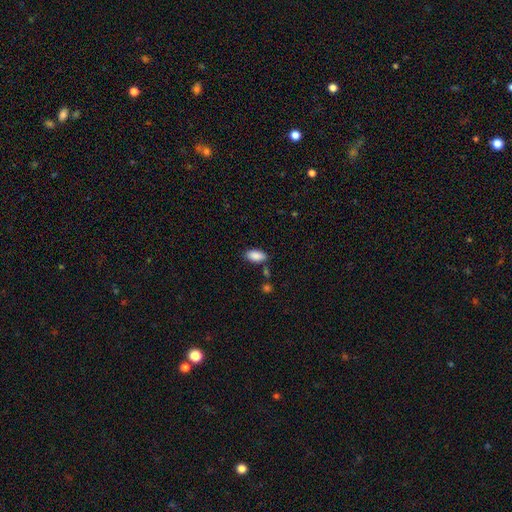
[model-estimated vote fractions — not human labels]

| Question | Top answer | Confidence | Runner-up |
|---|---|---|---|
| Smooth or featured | smooth | 89% | star or artifact (7%) |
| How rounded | in between | 92% | cigar-shaped (6%) |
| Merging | none | 79% | minor disturbance (13%) |